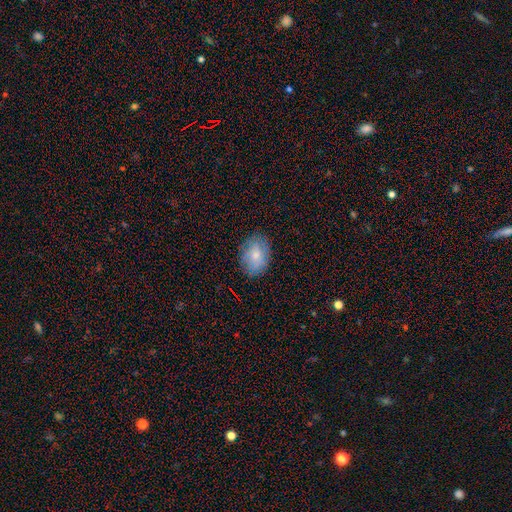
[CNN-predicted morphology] Overall: smooth (76%). How rounded: in between (77%). Merging: none (82%).